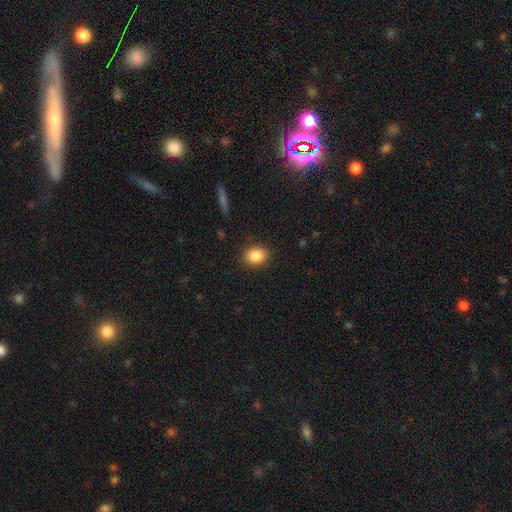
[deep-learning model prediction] The model was most divided on "how rounded": in between: 60%, round: 38%, cigar-shaped: 1%. More confident: merging — none (88%); smooth or featured — smooth (87%).